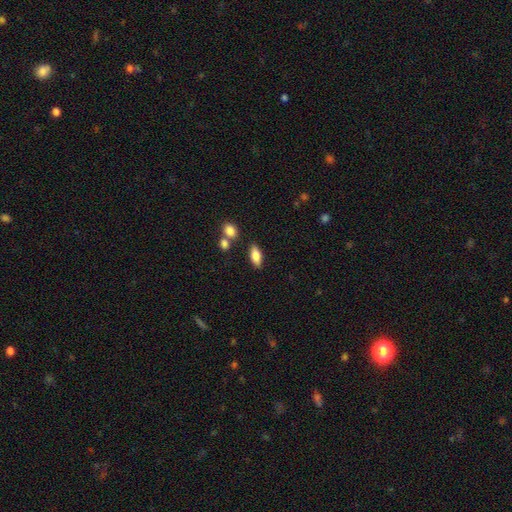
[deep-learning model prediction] Smooth or featured?
  - smooth: 79% *
  - featured or disk: 14%
  - star or artifact: 7%
How rounded?
  - in between: 83% *
  - cigar-shaped: 14%
  - round: 3%
Merging?
  - none: 80% *
  - minor disturbance: 10%
  - merger: 7%
  - major disturbance: 3%